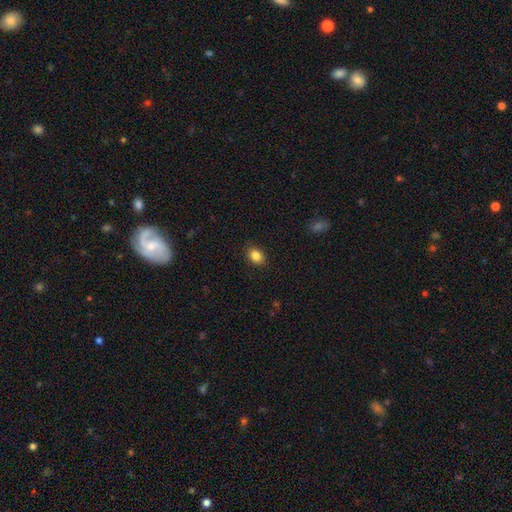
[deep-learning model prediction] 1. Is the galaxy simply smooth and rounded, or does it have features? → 86% smooth, 9% star or artifact, 5% featured or disk.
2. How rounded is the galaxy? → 70% in between, 29% round, 1% cigar-shaped.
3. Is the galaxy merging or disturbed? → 88% none, 9% minor disturbance, 2% major disturbance, 1% merger.